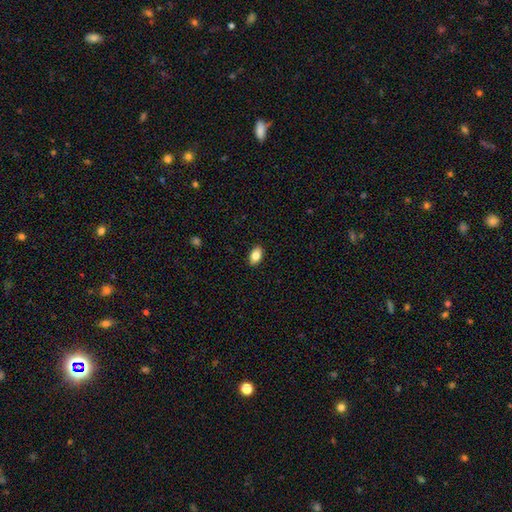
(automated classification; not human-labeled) A smooth galaxy with no disk features (84%) that is in between round and cigar-shaped (91%). Merging: none (90%).